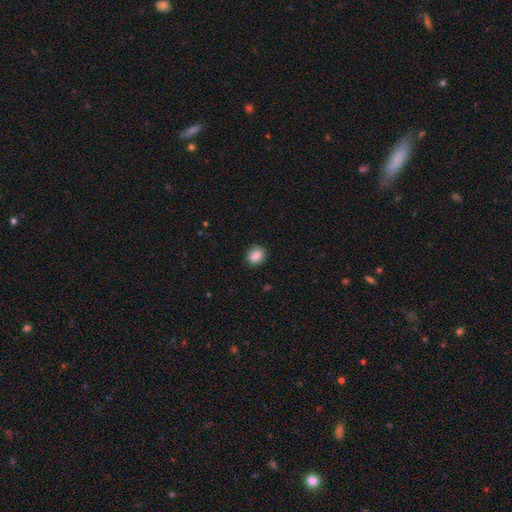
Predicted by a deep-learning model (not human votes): smooth_or_featured: smooth (p=0.89) [alt: star or artifact p=0.08]
how_rounded: round (p=0.54) [alt: in between p=0.45]
merging: none (p=0.87) [alt: minor disturbance p=0.10]